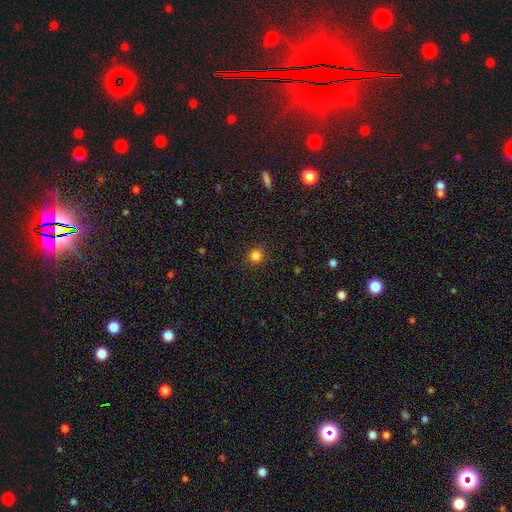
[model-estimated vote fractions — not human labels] The model was most divided on "smooth or featured": smooth: 83%, star or artifact: 13%, featured or disk: 4%. More confident: how rounded — round (92%); merging — none (91%).